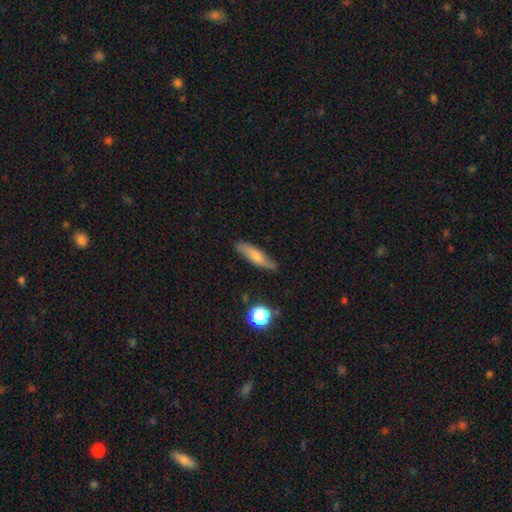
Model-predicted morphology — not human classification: smooth-or-featured: smooth: 61% | featured or disk: 31% | star or artifact: 8%
  how-rounded: cigar-shaped: 73% | in between: 24% | round: 3%
  merging: none: 82% | minor disturbance: 14% | major disturbance: 2% | merger: 2%